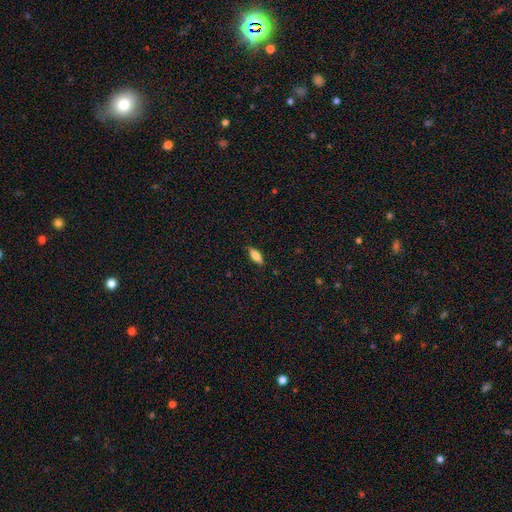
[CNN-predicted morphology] smooth-or-featured: smooth: 72% | featured or disk: 21% | star or artifact: 7%
  how-rounded: in between: 71% | cigar-shaped: 26% | round: 3%
  merging: none: 83% | minor disturbance: 13% | major disturbance: 2% | merger: 1%